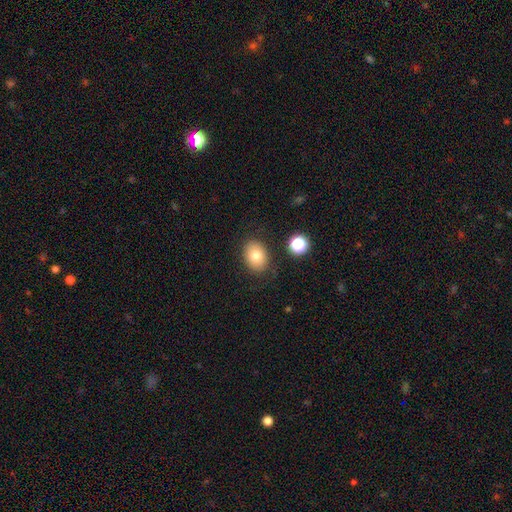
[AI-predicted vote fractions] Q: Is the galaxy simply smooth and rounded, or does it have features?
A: smooth — 78%.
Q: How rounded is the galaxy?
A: in between — 67%.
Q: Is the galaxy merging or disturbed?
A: none — 83%.